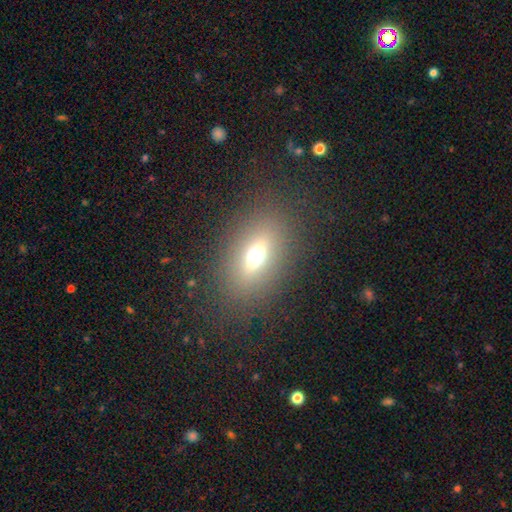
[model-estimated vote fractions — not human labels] smooth 57%, featured or disk 23%, star or artifact 20%. Down the decision tree: how rounded — in between (70%); merging — none (83%).